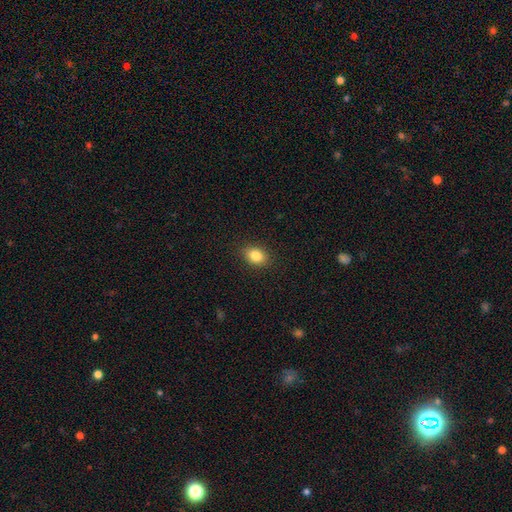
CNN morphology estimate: This appears to be a smooth galaxy with no disk features (85%) that is in between round and cigar-shaped (72%). Merging: none (88%).